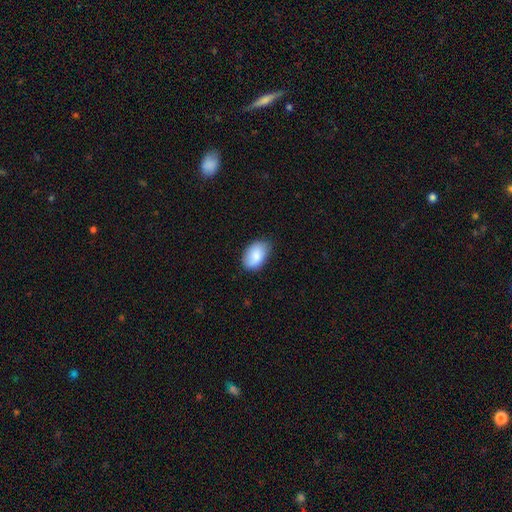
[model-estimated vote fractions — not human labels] The model was most divided on "merging": none: 74%, minor disturbance: 22%, major disturbance: 3%, merger: 1%. More confident: how rounded — in between (90%); smooth or featured — smooth (86%).